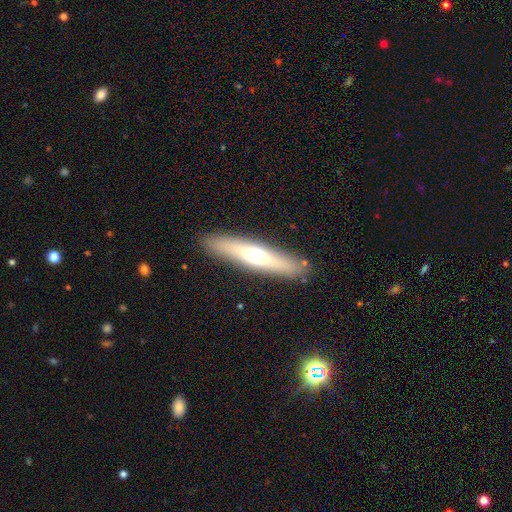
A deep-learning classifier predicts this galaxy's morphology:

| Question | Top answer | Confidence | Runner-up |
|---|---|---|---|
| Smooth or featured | smooth | 50% | featured or disk (43%) |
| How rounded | cigar-shaped | 82% | in between (16%) |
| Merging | none | 88% | minor disturbance (8%) |